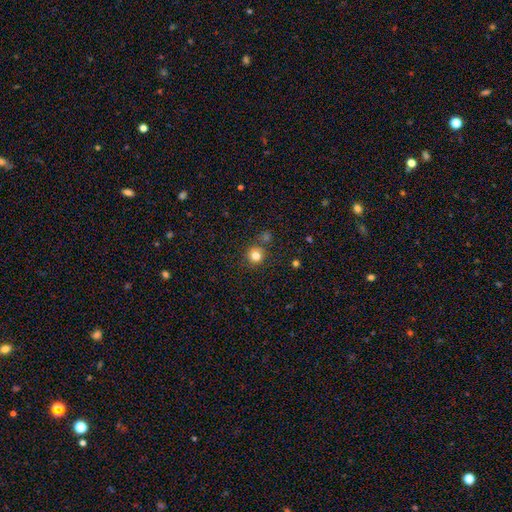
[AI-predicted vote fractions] A smooth galaxy with no disk features (80%) that is round (92%).

Vote fractions:
- Smooth or featured? smooth: 80% / star or artifact: 14% / featured or disk: 6%
- How rounded? round: 92% / in between: 7% / cigar-shaped: 1%
- Merging? none: 79% / minor disturbance: 9% / merger: 9% / major disturbance: 3%